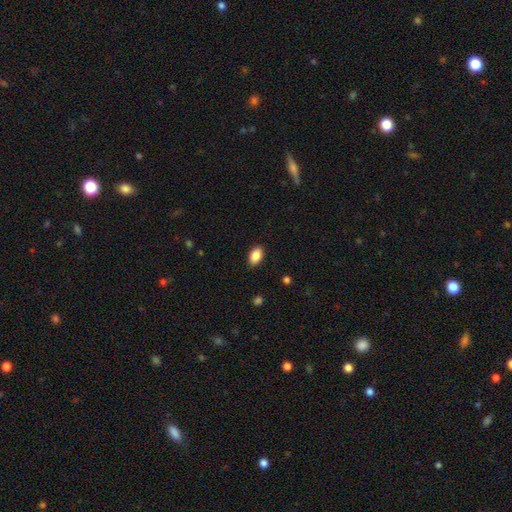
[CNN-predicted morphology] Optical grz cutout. It shows a smooth galaxy with no disk features (88%) that is in between round and cigar-shaped (91%). Merging: none (87%).